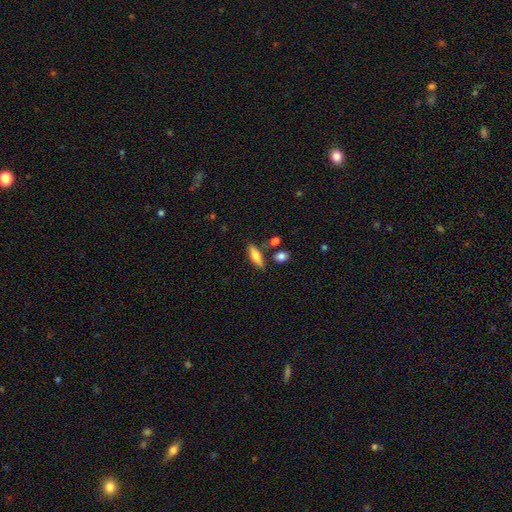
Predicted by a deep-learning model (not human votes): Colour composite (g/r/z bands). It shows a smooth galaxy with no disk features (69%) that is in between round and cigar-shaped (60%). Merging: none (75%).